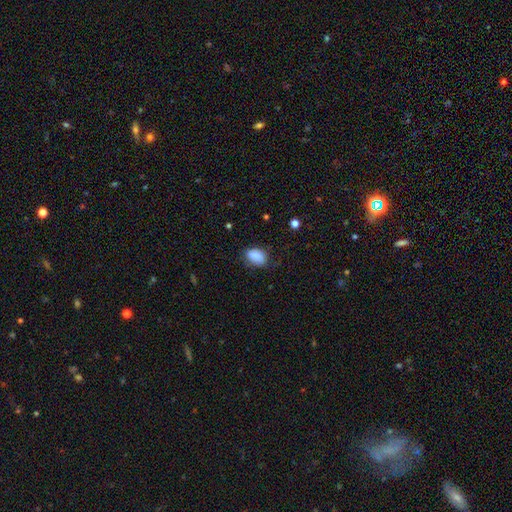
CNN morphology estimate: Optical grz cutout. It shows a smooth galaxy with no disk features (88%) that is in between round and cigar-shaped (85%). Merging: none (71%).